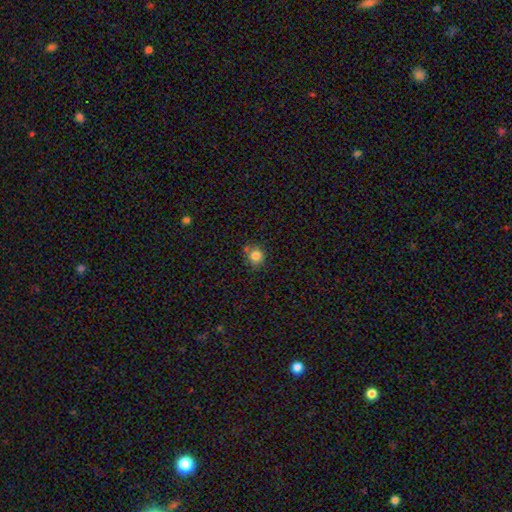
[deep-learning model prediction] Morphology: type=smooth (83%); roundness=round (92%); merging=none (76%).